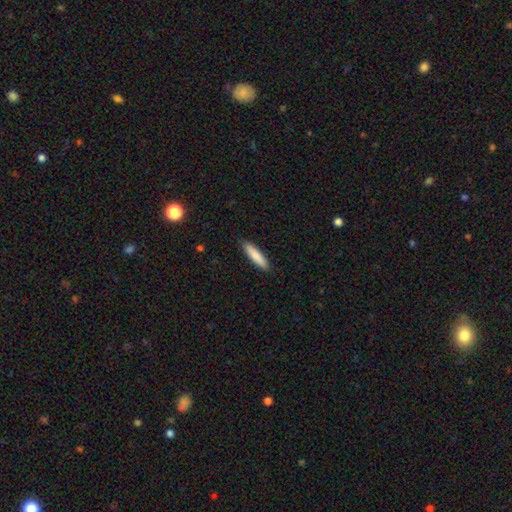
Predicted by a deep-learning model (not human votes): A smooth galaxy with no disk features (83%) that is cigar-shaped (82%).

Vote fractions:
- Smooth or featured? smooth: 83% / featured or disk: 12% / star or artifact: 5%
- How rounded? cigar-shaped: 82% / in between: 17% / round: 1%
- Merging? none: 90% / minor disturbance: 8% / major disturbance: 2% / merger: 1%